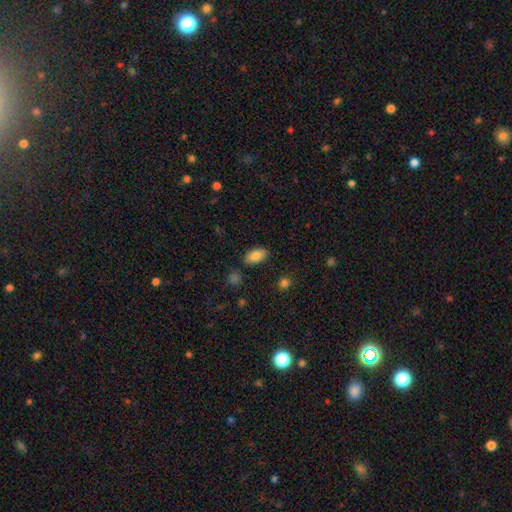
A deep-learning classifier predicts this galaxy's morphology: Q: Smooth or featured?
A: smooth (85%); runner-up: star or artifact (8%)
Q: How rounded?
A: in between (94%); runner-up: round (4%)
Q: Merging?
A: none (82%); runner-up: minor disturbance (12%)